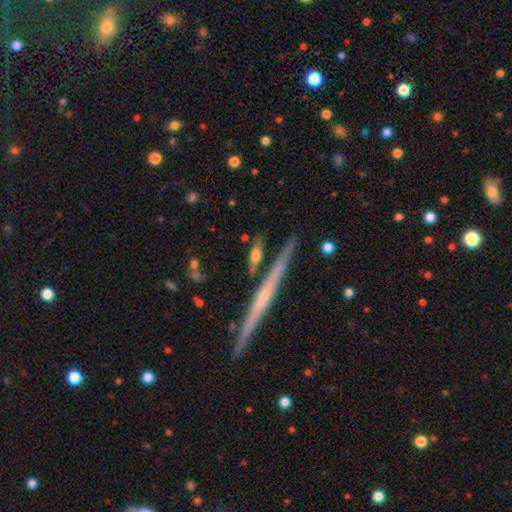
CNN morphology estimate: Q: Smooth or featured?
A: smooth (50%); runner-up: featured or disk (39%)
Q: How rounded?
A: cigar-shaped (56%); runner-up: in between (33%)
Q: Merging?
A: none (73%); runner-up: minor disturbance (14%)